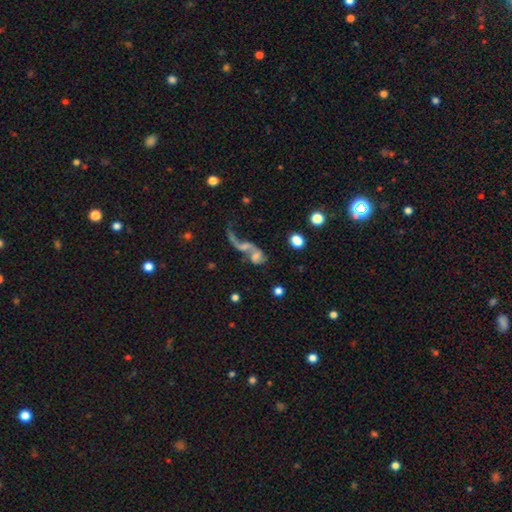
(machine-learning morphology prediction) The model was most divided on "bulge size": small: 36%, none: 29%, moderate: 26%, large: 7%, dominant: 3%. More confident: edge-on disk — no (95%); spiral arms — yes (70%); bar — no (61%); smooth or featured — featured or disk (57%); merging — merger (56%).